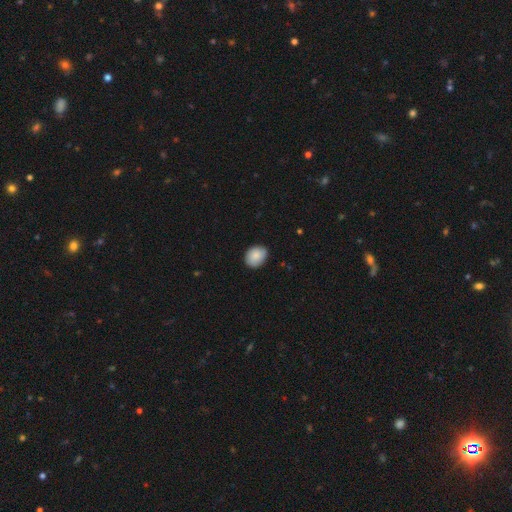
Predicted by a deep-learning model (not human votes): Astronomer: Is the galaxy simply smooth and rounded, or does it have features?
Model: smooth — 86%.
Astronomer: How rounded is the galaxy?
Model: in between — 51% (runner-up: round, 48%).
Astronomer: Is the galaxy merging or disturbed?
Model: none — 84%.